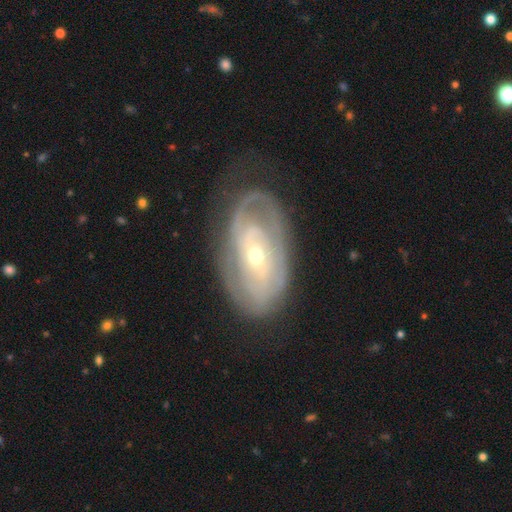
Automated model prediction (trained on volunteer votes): This appears to be a featured or disk galaxy (79%) with no bar (63%), tight (69%) spiral arms (76%) and a small central bulge (56%). Merging: none (67%).